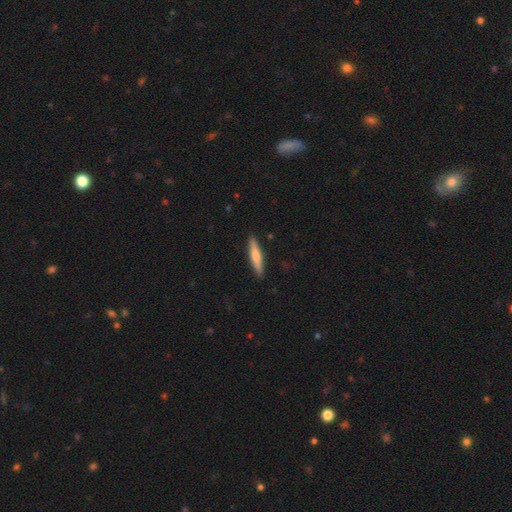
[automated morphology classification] smooth-or-featured: smooth: 66% | featured or disk: 29% | star or artifact: 5%
  how-rounded: cigar-shaped: 89% | in between: 10% | round: 1%
  merging: none: 90% | minor disturbance: 7% | major disturbance: 2% | merger: 1%